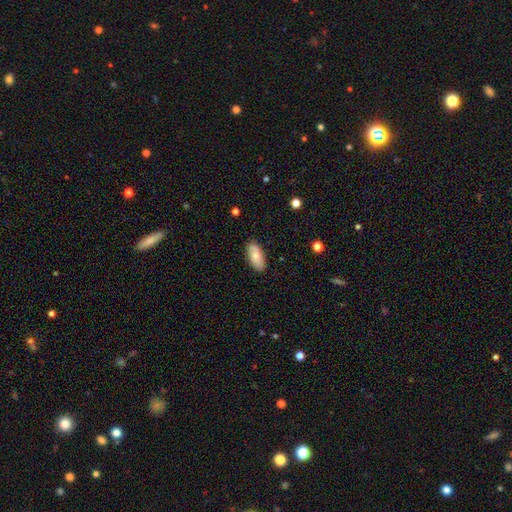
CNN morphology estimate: Overall: smooth (78%). How rounded: in between (91%). Merging: none (87%).